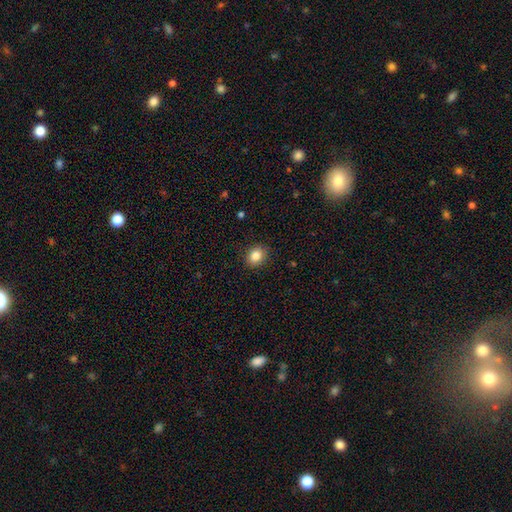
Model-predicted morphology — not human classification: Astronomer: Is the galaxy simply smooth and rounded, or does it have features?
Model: smooth — 84%.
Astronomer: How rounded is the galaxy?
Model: round — 63%.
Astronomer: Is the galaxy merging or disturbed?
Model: none — 89%.